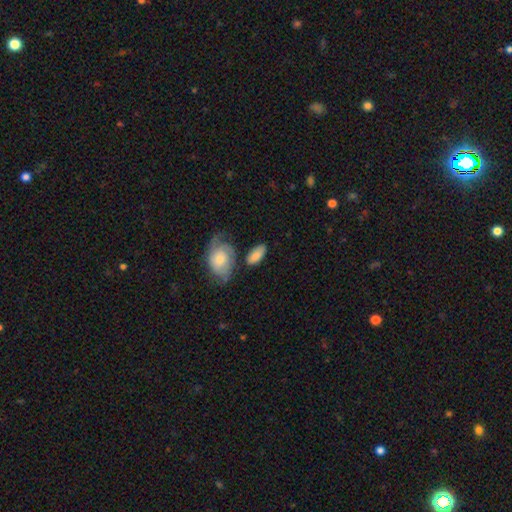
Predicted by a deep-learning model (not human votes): smooth_or_featured: smooth (p=0.73) [alt: featured or disk p=0.22]
how_rounded: in between (p=0.90) [alt: cigar-shaped p=0.05]
merging: none (p=0.57) [alt: minor disturbance p=0.21]